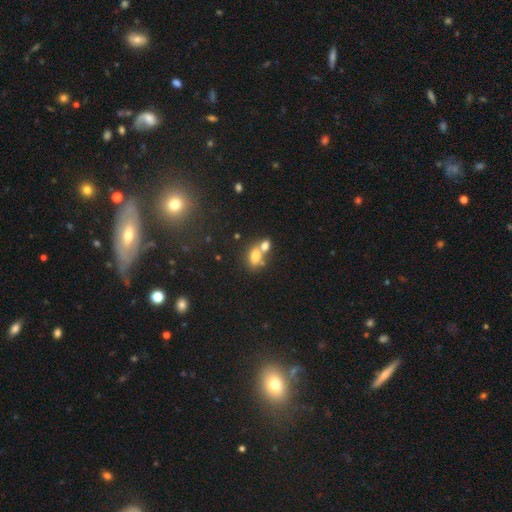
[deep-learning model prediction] Smooth or featured? smooth (75%)
How rounded? in between (80%)
Merging? merger (54%)